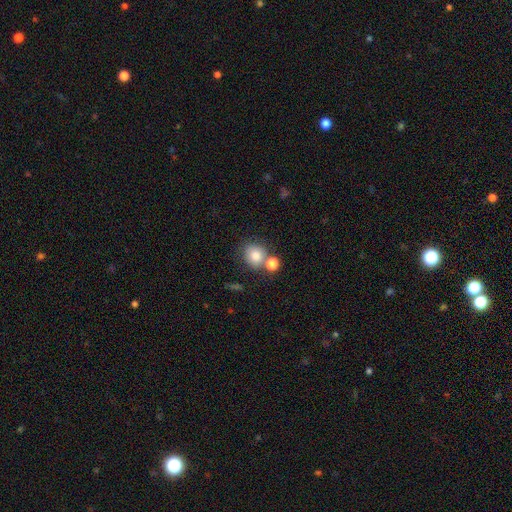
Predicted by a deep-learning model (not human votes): Smooth or featured: smooth — 82% (star or artifact — 10%)
How rounded: round — 80% (in between — 19%)
Merging: none — 59% (merger — 26%)